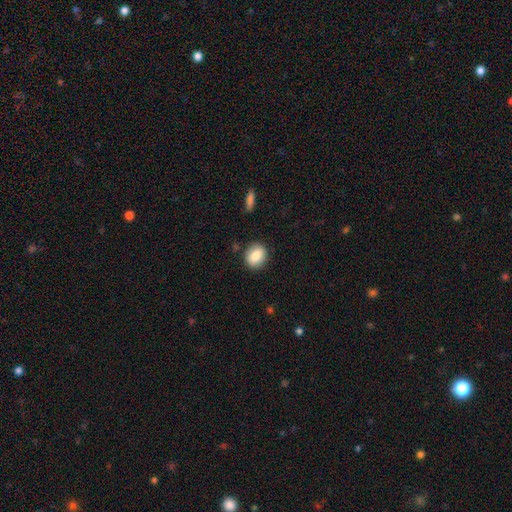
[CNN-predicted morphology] type=smooth (84%); roundness=round (61%); merging=none (86%).